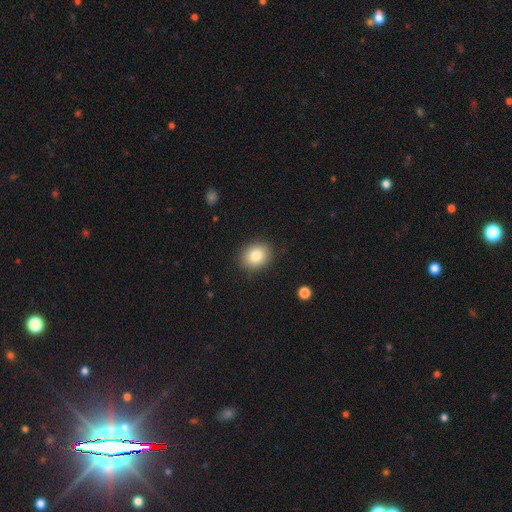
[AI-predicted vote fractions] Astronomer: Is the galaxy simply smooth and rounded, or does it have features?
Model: smooth — 83%.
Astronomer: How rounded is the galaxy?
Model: round — 56% (runner-up: in between, 44%).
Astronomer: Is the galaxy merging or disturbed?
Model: none — 88%.